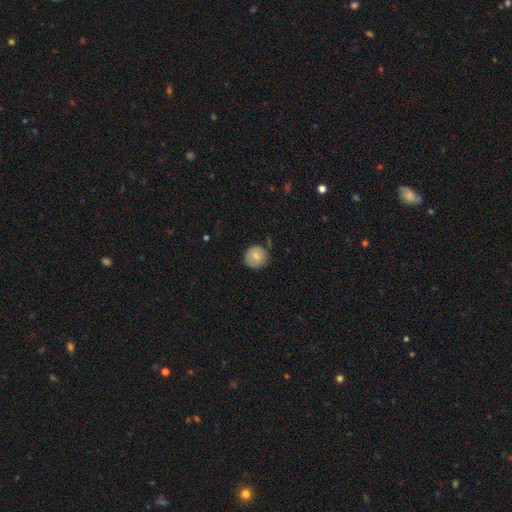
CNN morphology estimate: smooth 76%, featured or disk 16%, star or artifact 8%. Down the decision tree: how rounded — round (91%); merging — none (70%).